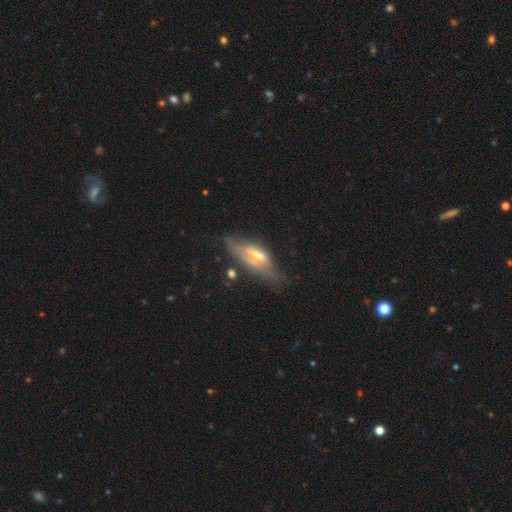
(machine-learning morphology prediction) smooth_or_featured: featured or disk (p=0.58) [alt: smooth p=0.33]
disk_edge_on: yes (p=0.70) [alt: no p=0.30]
merging: none (p=0.54) [alt: minor disturbance p=0.27]